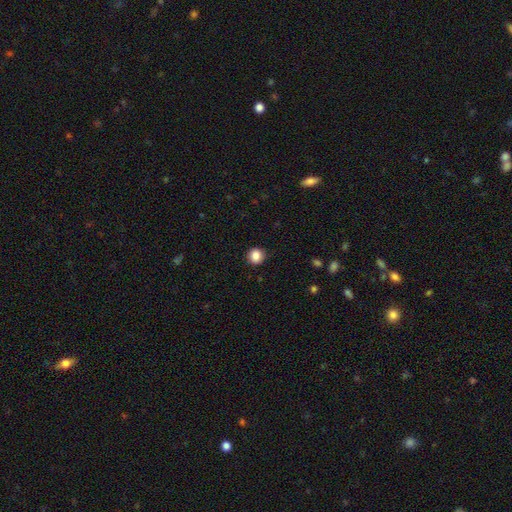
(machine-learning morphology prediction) Smooth or featured? smooth (87%)
How rounded? round (87%)
Merging? none (90%)